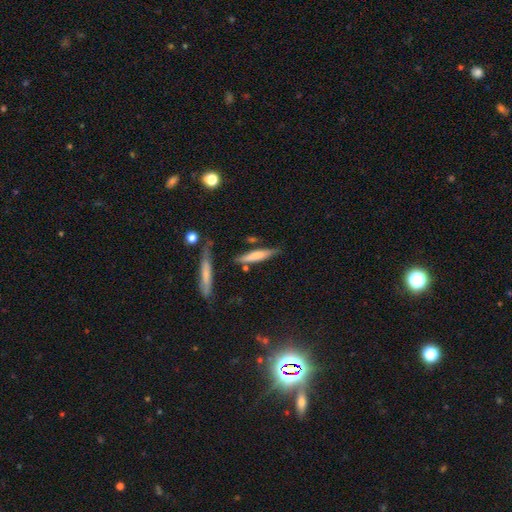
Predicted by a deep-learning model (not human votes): Smooth or featured? smooth (65%)
How rounded? cigar-shaped (86%)
Merging? none (72%)